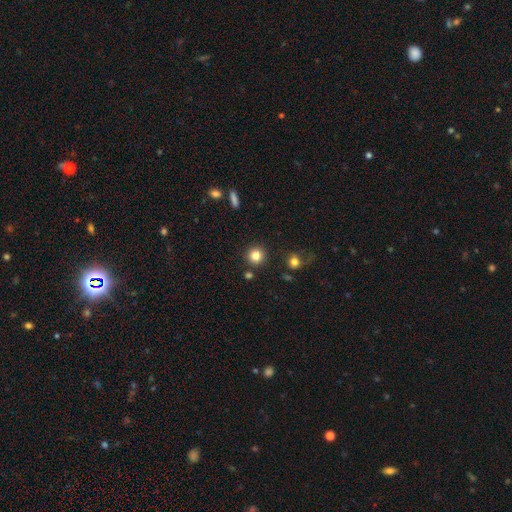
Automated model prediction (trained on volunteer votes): Morphology: type=smooth (83%); roundness=round (94%); merging=none (88%).